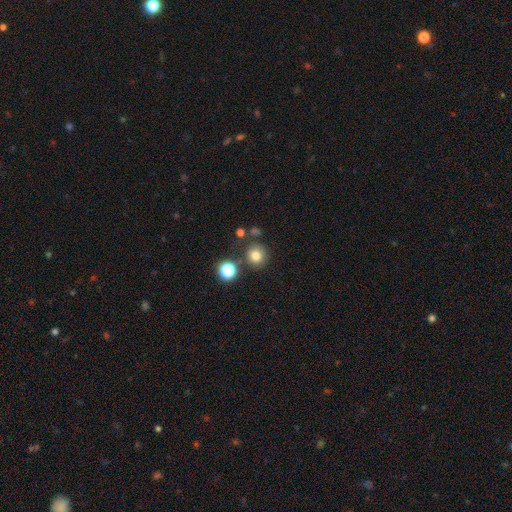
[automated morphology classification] A smooth galaxy with no disk features (76%) that is round (91%).

Vote fractions:
- Smooth or featured? smooth: 76% / star or artifact: 16% / featured or disk: 8%
- How rounded? round: 91% / in between: 8% / cigar-shaped: 1%
- Merging? none: 81% / minor disturbance: 9% / merger: 7% / major disturbance: 3%